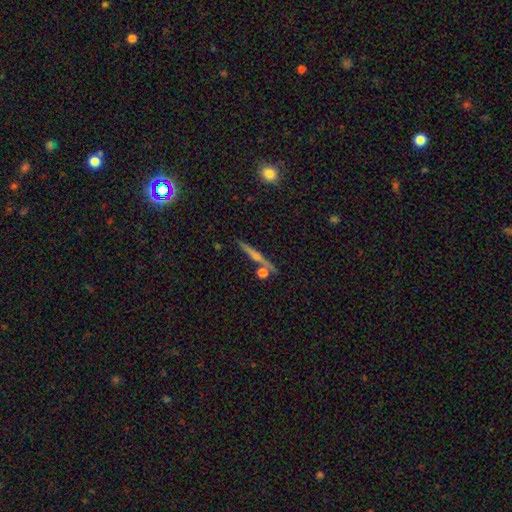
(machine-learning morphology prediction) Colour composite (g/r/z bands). It shows a featured or disk galaxy (60%) viewed edge-on (96%) with a rounded central bulge (62%). Merging: none (80%).